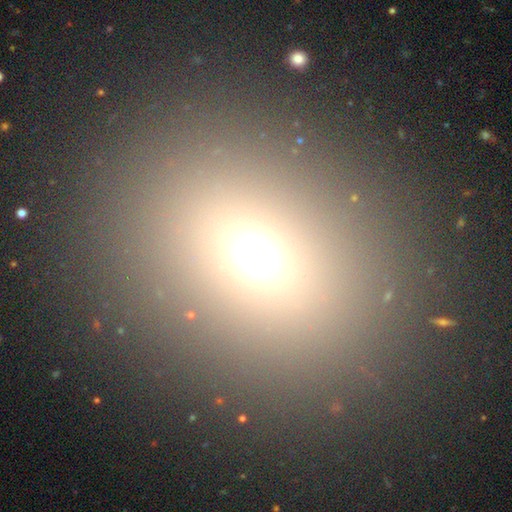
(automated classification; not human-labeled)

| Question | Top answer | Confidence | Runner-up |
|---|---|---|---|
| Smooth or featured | smooth | 65% | star or artifact (23%) |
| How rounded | in between | 54% | round (44%) |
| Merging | none | 84% | minor disturbance (9%) |